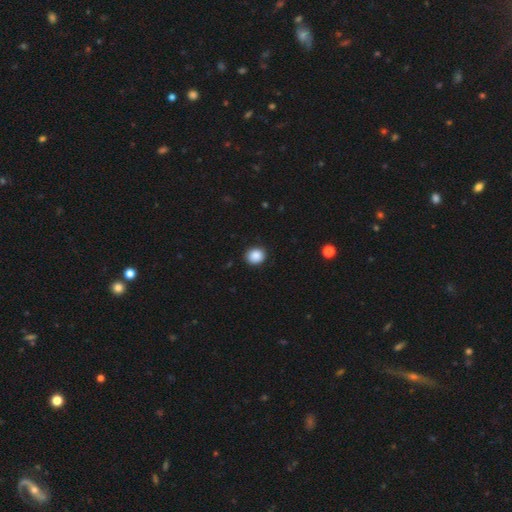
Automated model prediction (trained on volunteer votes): Morphology: type=smooth (88%); roundness=round (76%); merging=none (88%).